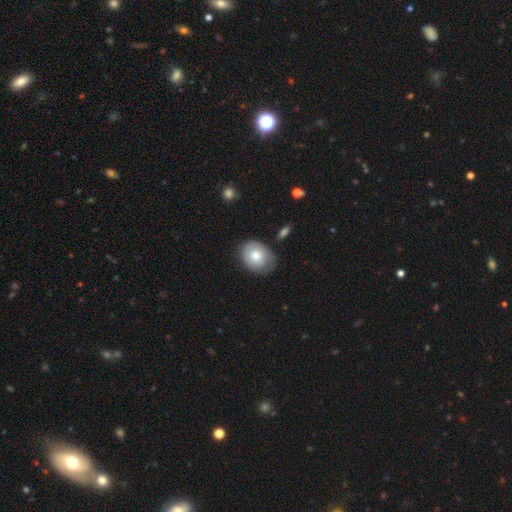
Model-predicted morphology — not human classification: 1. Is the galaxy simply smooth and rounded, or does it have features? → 74% smooth, 19% featured or disk, 7% star or artifact.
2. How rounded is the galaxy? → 60% in between, 39% round, 1% cigar-shaped.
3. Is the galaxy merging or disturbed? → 69% none, 23% minor disturbance, 5% major disturbance, 3% merger.